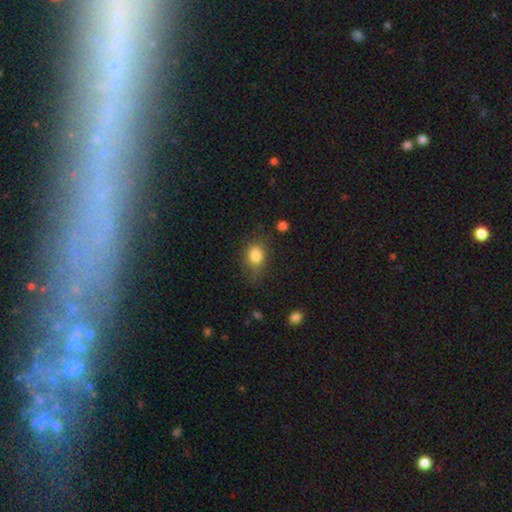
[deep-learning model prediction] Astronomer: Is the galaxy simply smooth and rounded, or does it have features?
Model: smooth — 82%.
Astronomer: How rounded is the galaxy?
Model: in between — 63%.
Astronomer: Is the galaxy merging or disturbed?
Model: none — 64%.